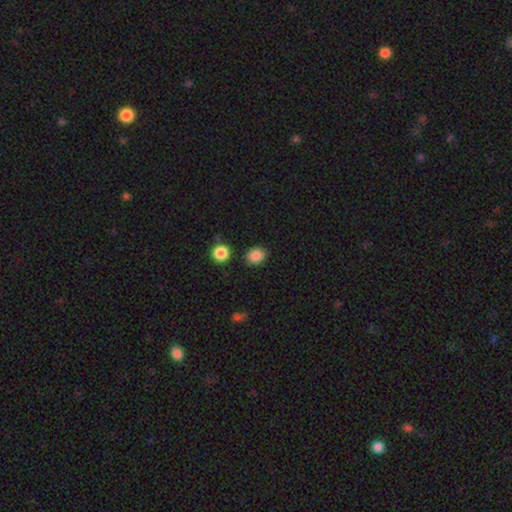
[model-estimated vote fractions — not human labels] smooth 86%, star or artifact 10%, featured or disk 4%. Down the decision tree: how rounded — round (55%); merging — none (85%).